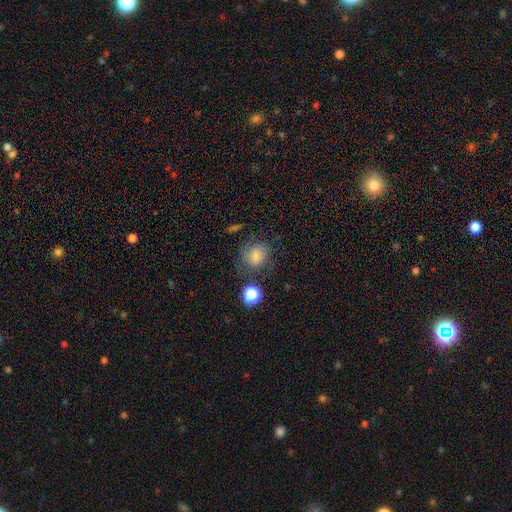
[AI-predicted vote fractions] The model was most divided on "how rounded": round: 69%, in between: 30%, cigar-shaped: 1%. More confident: merging — none (64%); smooth or featured — smooth (64%).